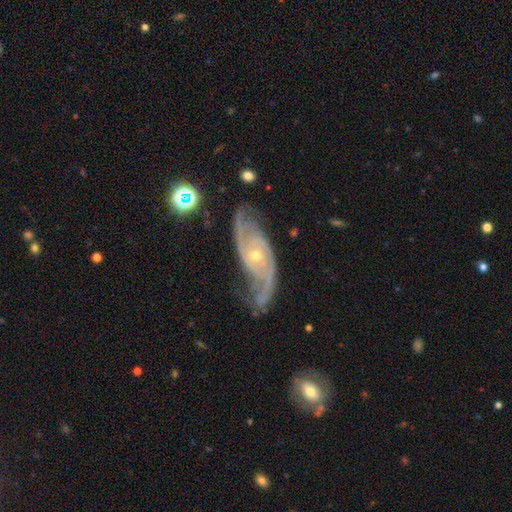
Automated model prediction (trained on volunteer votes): Smooth or featured?
  - featured or disk: 91% *
  - star or artifact: 5%
  - smooth: 4%
Edge-on disk?
  - no: 94% *
  - yes: 6%
Bar?
  - no: 69% *
  - weak: 24%
  - strong: 7%
Spiral arms?
  - yes: 98% *
  - no: 2%
Spiral winding?
  - medium: 45% *
  - tight: 41%
  - loose: 14%
Spiral arm count?
  - 2: 65% *
  - 3: 13%
  - can't tell: 10%
  - 4: 5%
  - 1: 4%
  - more than 4: 4%
Bulge size?
  - small: 65% *
  - moderate: 32%
  - large: 1%
  - none: 1%
  - dominant: 1%
Merging?
  - none: 70% *
  - minor disturbance: 20%
  - major disturbance: 9%
  - merger: 2%